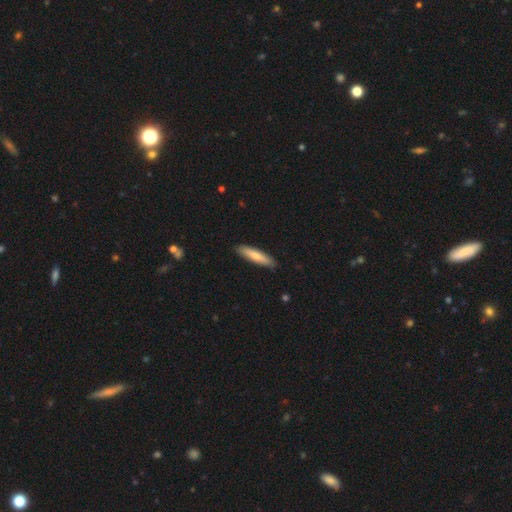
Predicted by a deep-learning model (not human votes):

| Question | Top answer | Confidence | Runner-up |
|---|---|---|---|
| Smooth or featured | smooth | 76% | featured or disk (19%) |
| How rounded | cigar-shaped | 81% | in between (17%) |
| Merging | none | 88% | minor disturbance (9%) |